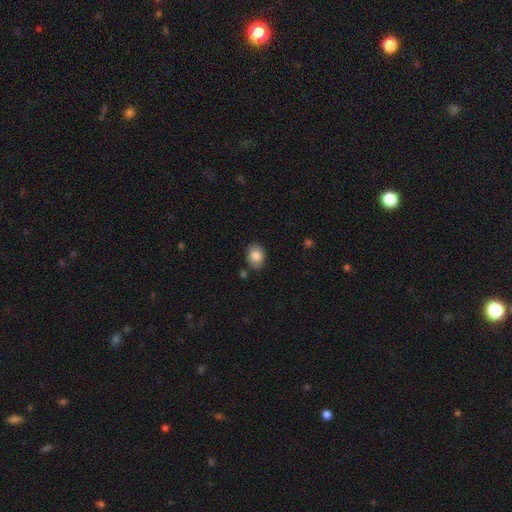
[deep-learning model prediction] Morphology: type=smooth (85%); roundness=in between (71%); merging=none (81%).